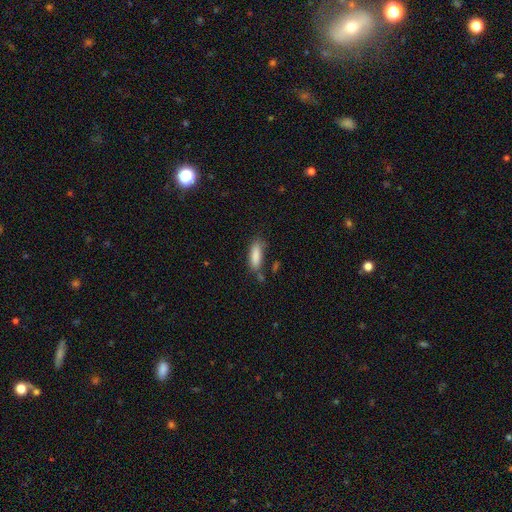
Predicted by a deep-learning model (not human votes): Overall: smooth (86%). How rounded: in between (55%; cigar-shaped 44%). Merging: none (65%).